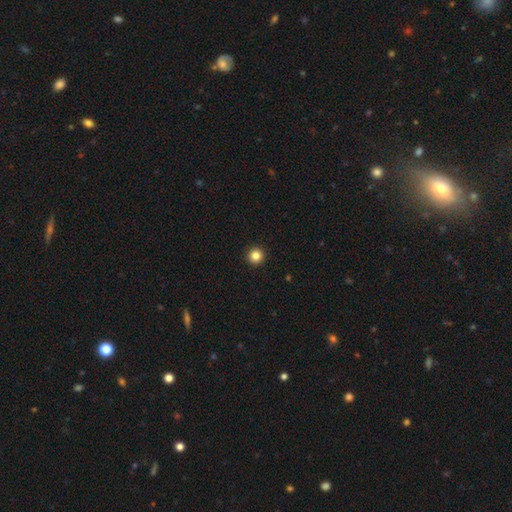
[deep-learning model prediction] Q: Smooth or featured?
A: smooth (85%); runner-up: star or artifact (11%)
Q: How rounded?
A: round (96%); runner-up: in between (3%)
Q: Merging?
A: none (94%); runner-up: minor disturbance (4%)